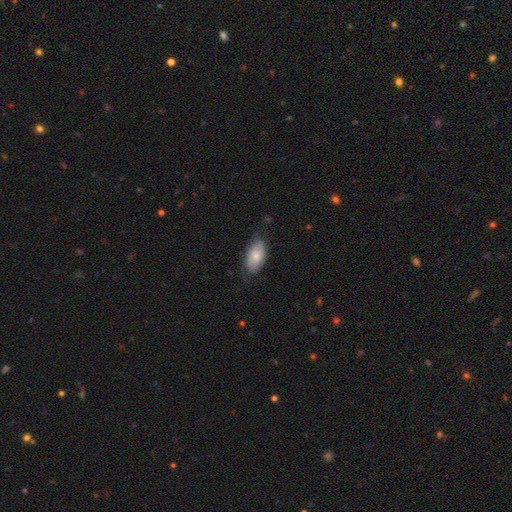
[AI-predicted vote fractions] smooth_or_featured: smooth (p=0.63) [alt: featured or disk p=0.30]
how_rounded: in between (p=0.93) [alt: cigar-shaped p=0.04]
merging: none (p=0.62) [alt: minor disturbance p=0.29]